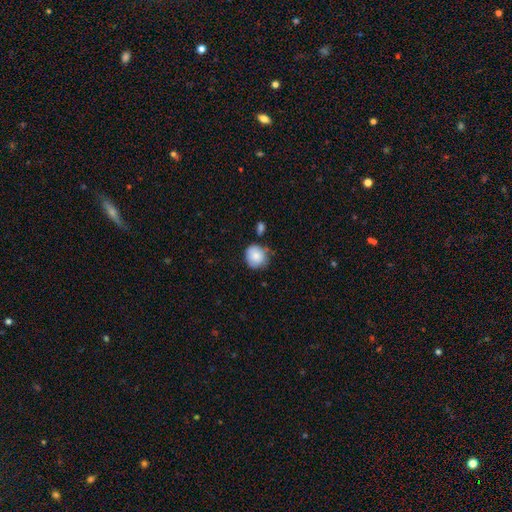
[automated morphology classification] Smooth or featured? smooth (82%)
How rounded? round (85%)
Merging? none (62%)